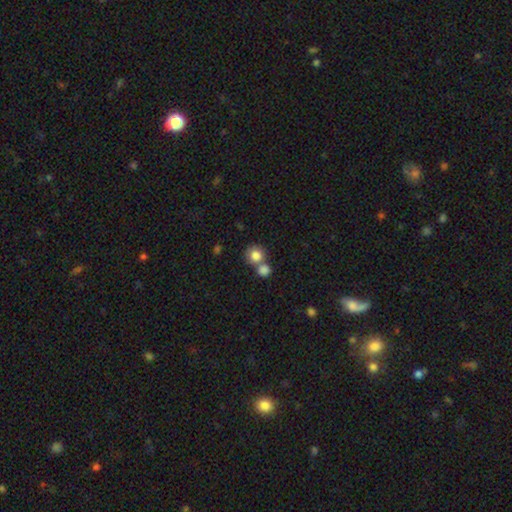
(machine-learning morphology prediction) Smooth or featured?
  - smooth: 82% *
  - star or artifact: 9%
  - featured or disk: 9%
How rounded?
  - round: 87% *
  - in between: 12%
  - cigar-shaped: 1%
Merging?
  - none: 49% *
  - merger: 39%
  - minor disturbance: 8%
  - major disturbance: 3%